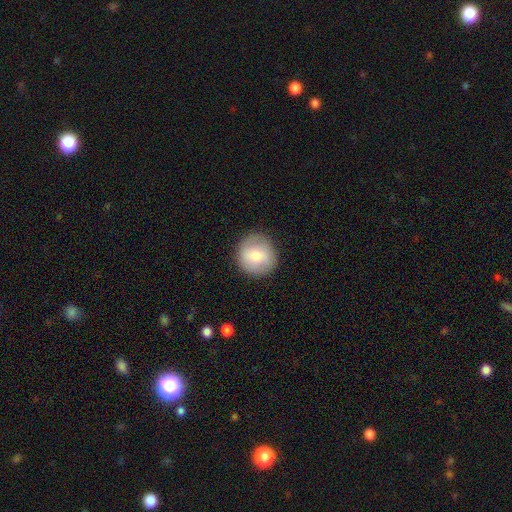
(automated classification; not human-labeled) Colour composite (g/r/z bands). It shows a smooth galaxy with no disk features (73%) that is round (93%). Merging: none (88%).